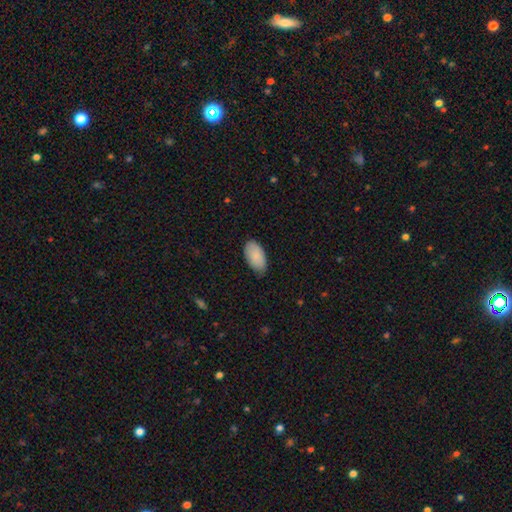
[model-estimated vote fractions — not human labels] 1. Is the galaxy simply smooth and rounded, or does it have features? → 87% smooth, 7% featured or disk, 6% star or artifact.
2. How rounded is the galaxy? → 96% in between, 3% round, 2% cigar-shaped.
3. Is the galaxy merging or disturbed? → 71% none, 25% minor disturbance, 3% major disturbance, 1% merger.